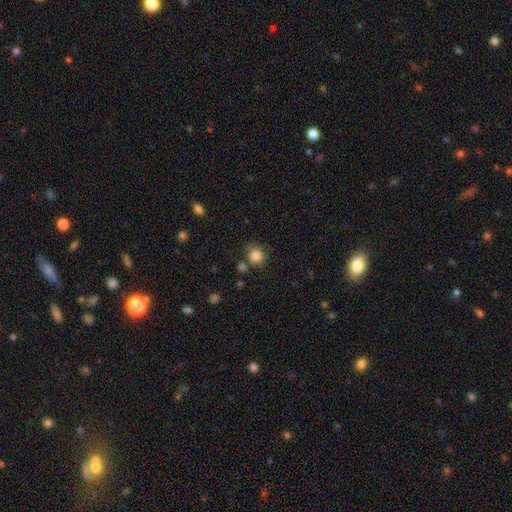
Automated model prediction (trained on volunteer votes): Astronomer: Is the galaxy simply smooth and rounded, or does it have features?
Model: smooth — 84%.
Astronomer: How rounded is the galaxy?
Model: round — 85%.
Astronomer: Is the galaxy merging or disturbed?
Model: none — 72%.